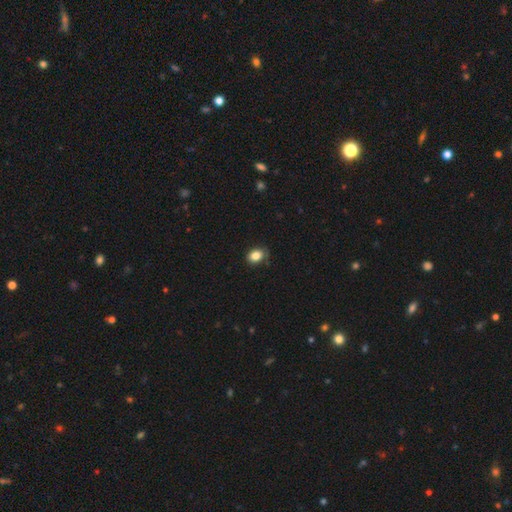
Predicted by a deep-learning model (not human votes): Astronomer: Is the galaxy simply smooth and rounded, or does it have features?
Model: smooth — 84%.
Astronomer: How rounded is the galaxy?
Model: in between — 70%.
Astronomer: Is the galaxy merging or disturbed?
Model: none — 77%.